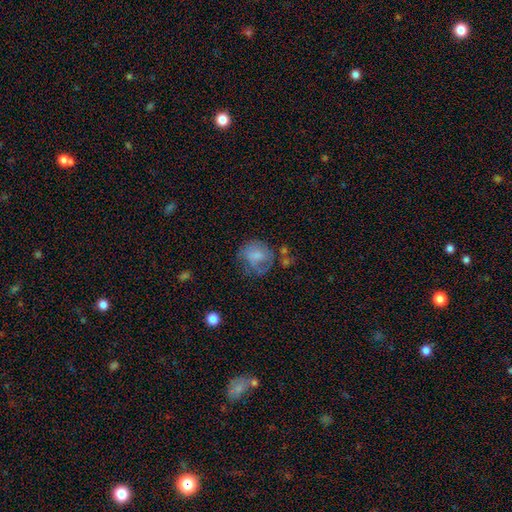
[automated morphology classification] Smooth or featured? Predicted: smooth (p=0.63). How rounded? Predicted: round (p=0.74). Merging? Predicted: none (p=0.45).